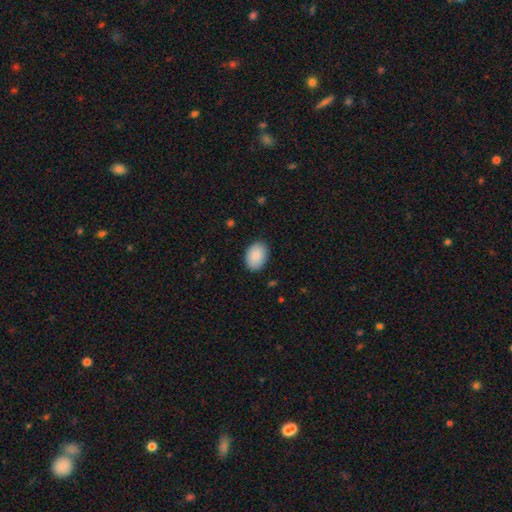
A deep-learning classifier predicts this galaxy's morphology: type=smooth (88%); roundness=in between (83%); merging=none (88%).